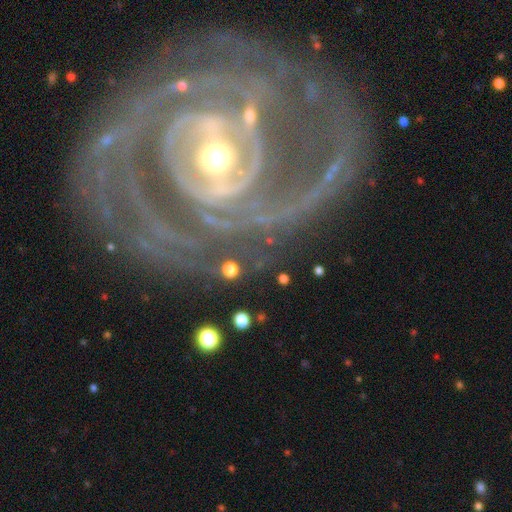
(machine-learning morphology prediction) Q: Smooth or featured?
A: featured or disk (89%); runner-up: star or artifact (6%)
Q: Edge-on disk?
A: no (96%); runner-up: yes (4%)
Q: Bar?
A: strong (39%); runner-up: no (34%)
Q: Spiral arms?
A: yes (92%); runner-up: no (8%)
Q: Spiral winding?
A: tight (65%); runner-up: medium (26%)
Q: Spiral arm count?
A: 2 (29%); runner-up: can't tell (24%)
Q: Bulge size?
A: moderate (61%); runner-up: small (29%)
Q: Merging?
A: none (69%); runner-up: minor disturbance (14%)